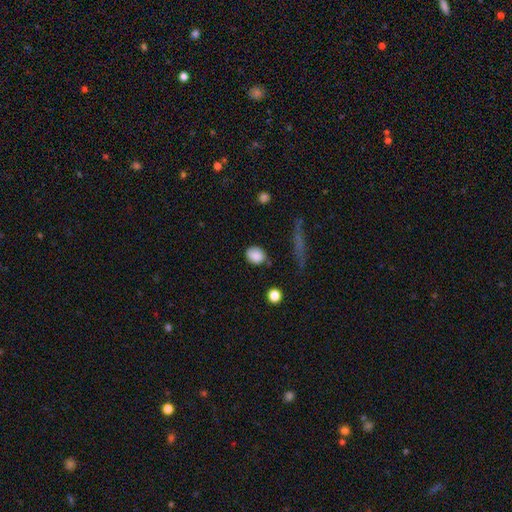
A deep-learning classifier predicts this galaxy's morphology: smooth-or-featured: smooth: 86% | star or artifact: 9% | featured or disk: 6%
  how-rounded: round: 52% | in between: 47% | cigar-shaped: 2%
  merging: none: 75% | minor disturbance: 17% | major disturbance: 5% | merger: 3%